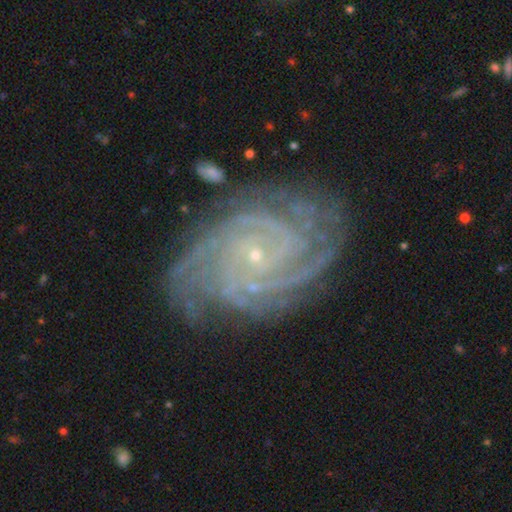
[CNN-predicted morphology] smooth-or-featured: featured or disk: 91% | star or artifact: 6% | smooth: 3%
  disk-edge-on: no: 98% | yes: 2%
    bar: no: 70% | weak: 21% | strong: 9%
    has-spiral-arms: yes: 99% | no: 1%
      spiral-winding: tight: 80% | medium: 18% | loose: 3%
      spiral-arm-count: 4: 28% | more than 4: 19% | 3: 17% | can't tell: 14% | 2: 12% | 1: 9%
    bulge-size: small: 90% | moderate: 6% | none: 2% | large: 1% | dominant: 1%
  merging: none: 79% | minor disturbance: 15% | major disturbance: 4% | merger: 2%